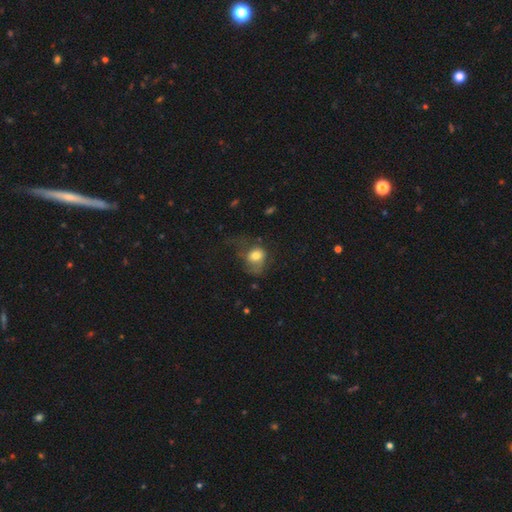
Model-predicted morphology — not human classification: Q: Smooth or featured?
A: smooth (69%); runner-up: featured or disk (22%)
Q: How rounded?
A: round (50%); runner-up: in between (49%)
Q: Merging?
A: major disturbance (43%); runner-up: none (29%)